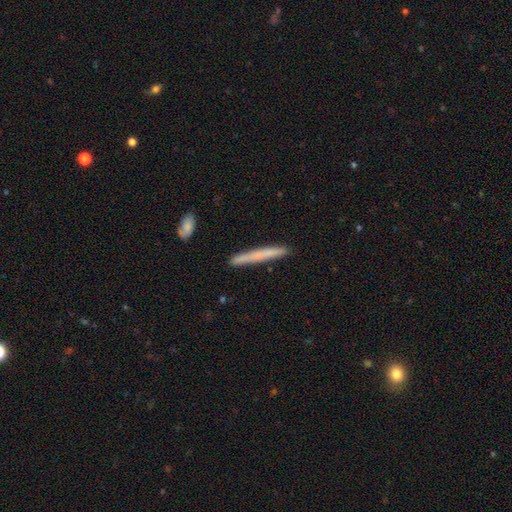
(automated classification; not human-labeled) Morphology: type=smooth (67%); roundness=cigar-shaped (97%); merging=none (90%).